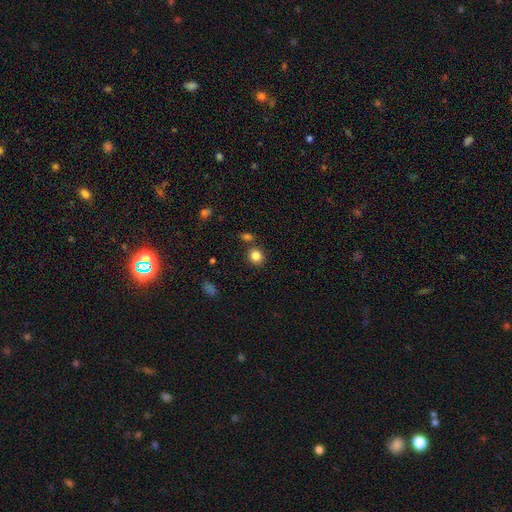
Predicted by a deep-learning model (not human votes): Smooth or featured? smooth (84%)
How rounded? round (79%)
Merging? none (78%)